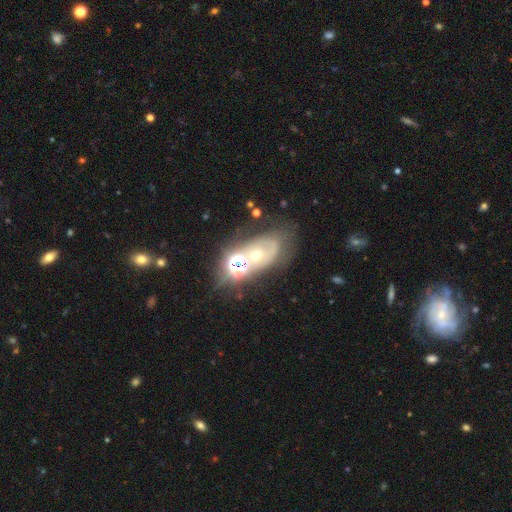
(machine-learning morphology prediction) type=featured or disk (52%); edge-on=no (93%); merging=none (50%).